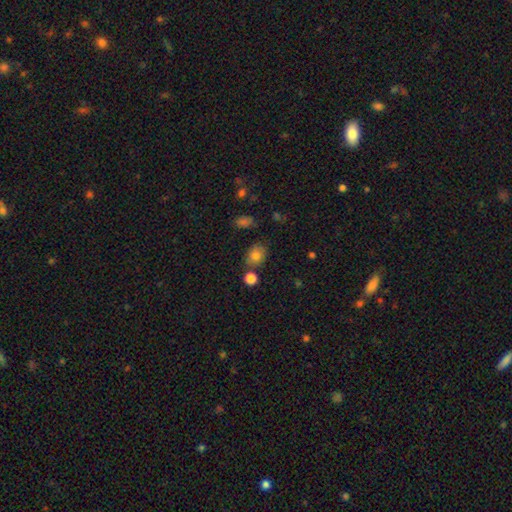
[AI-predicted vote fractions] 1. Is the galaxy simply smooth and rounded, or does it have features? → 80% smooth, 11% star or artifact, 9% featured or disk.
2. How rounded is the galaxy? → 55% in between, 44% round, 1% cigar-shaped.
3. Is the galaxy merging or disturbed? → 73% none, 14% minor disturbance, 10% merger, 4% major disturbance.